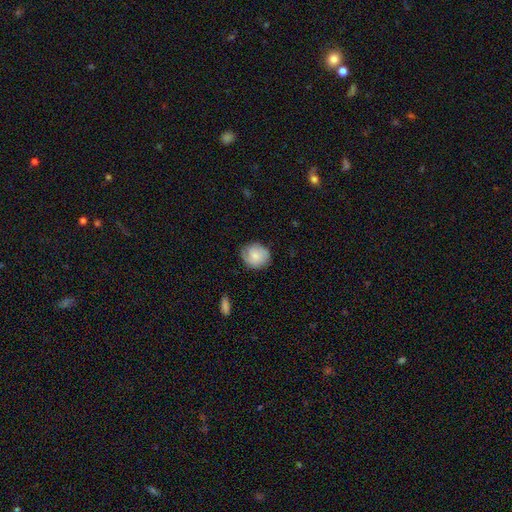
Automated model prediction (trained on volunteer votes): smooth 70%, featured or disk 23%, star or artifact 7%. Down the decision tree: how rounded — round (77%); merging — none (76%).